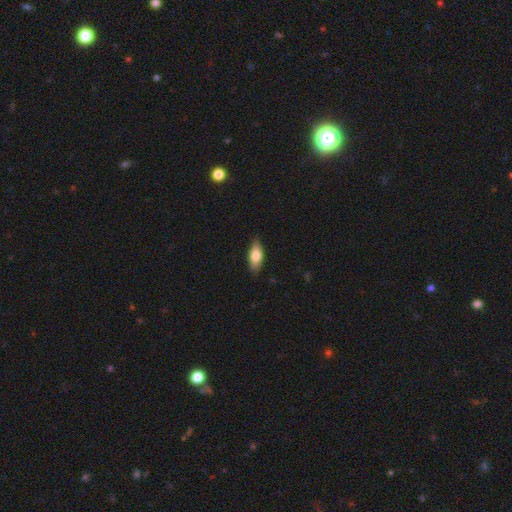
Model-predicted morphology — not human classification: Smooth or featured? smooth (76%)
How rounded? in between (79%)
Merging? none (86%)